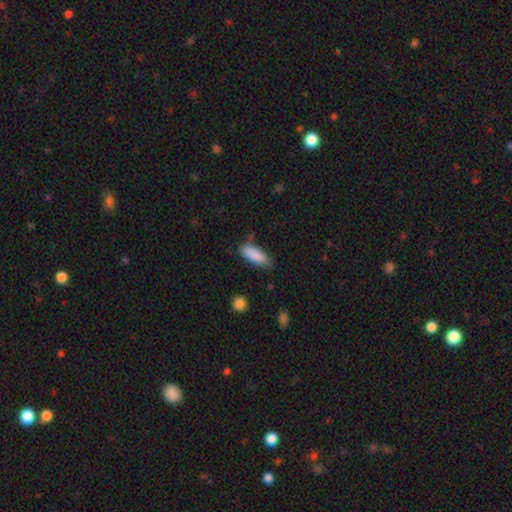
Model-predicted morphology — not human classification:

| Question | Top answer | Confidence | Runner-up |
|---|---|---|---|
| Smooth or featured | smooth | 88% | star or artifact (6%) |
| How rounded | in between | 71% | cigar-shaped (28%) |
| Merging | none | 70% | minor disturbance (23%) |